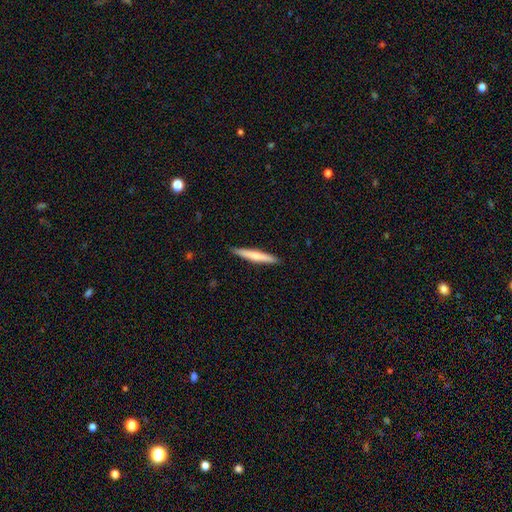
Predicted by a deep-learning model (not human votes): A smooth galaxy with no disk features (64%) that is cigar-shaped (95%).

Vote fractions:
- Smooth or featured? smooth: 64% / featured or disk: 31% / star or artifact: 5%
- How rounded? cigar-shaped: 95% / in between: 4% / round: 1%
- Merging? none: 91% / minor disturbance: 7% / major disturbance: 1% / merger: 1%